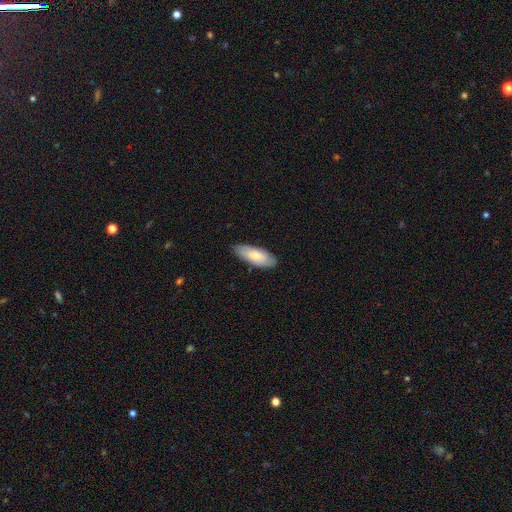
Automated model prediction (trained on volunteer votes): smooth-or-featured: smooth: 75% | featured or disk: 20% | star or artifact: 5%
  how-rounded: in between: 77% | cigar-shaped: 21% | round: 2%
  merging: none: 85% | minor disturbance: 12% | major disturbance: 2% | merger: 1%